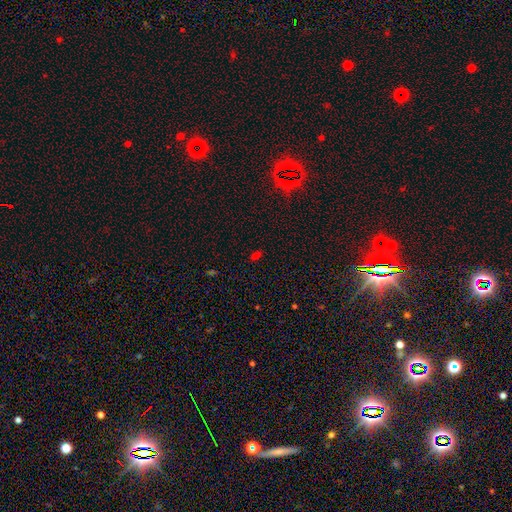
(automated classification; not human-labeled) Smooth or featured: smooth — 57% (star or artifact — 37%)
How rounded: in between — 80% (round — 17%)
Merging: none — 81% (minor disturbance — 11%)